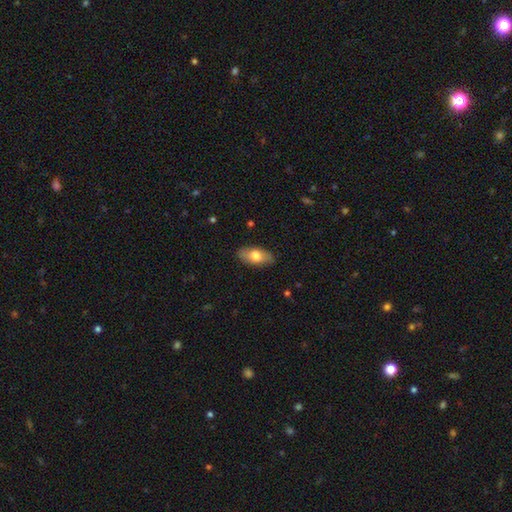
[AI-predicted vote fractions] smooth 72%, featured or disk 22%, star or artifact 6%. Down the decision tree: how rounded — in between (91%); merging — none (86%).